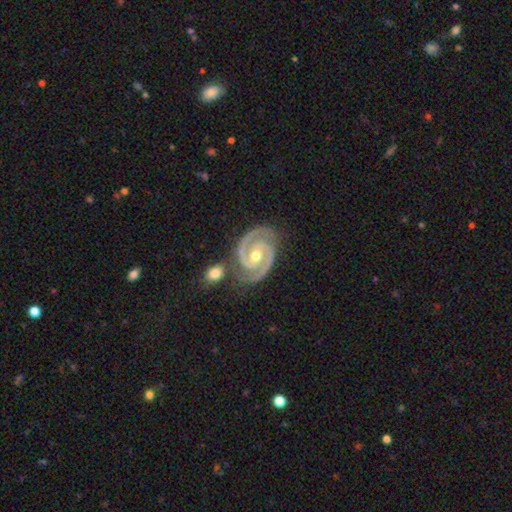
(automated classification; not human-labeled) Smooth or featured?
  - featured or disk: 94% *
  - star or artifact: 4%
  - smooth: 3%
Edge-on disk?
  - no: 98% *
  - yes: 2%
Bar?
  - no: 51% *
  - weak: 31%
  - strong: 18%
Spiral arms?
  - yes: 99% *
  - no: 1%
Spiral winding?
  - tight: 64% *
  - medium: 33%
  - loose: 4%
Spiral arm count?
  - 2: 94% *
  - 3: 2%
  - can't tell: 1%
  - 1: 1%
  - 4: 1%
  - more than 4: 1%
Bulge size?
  - moderate: 72% *
  - small: 24%
  - large: 2%
  - none: 1%
  - dominant: 1%
Merging?
  - none: 77% *
  - minor disturbance: 13%
  - merger: 7%
  - major disturbance: 3%